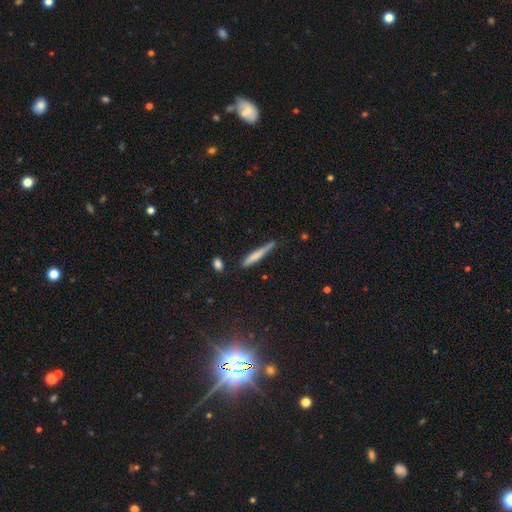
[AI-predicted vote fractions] smooth 66%, featured or disk 27%, star or artifact 7%. Down the decision tree: how rounded — cigar-shaped (94%); merging — none (71%).